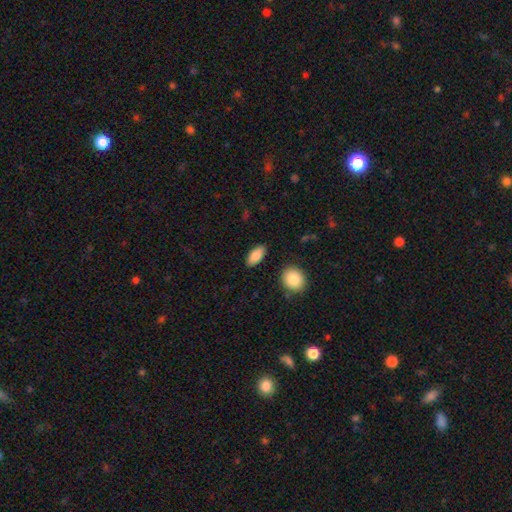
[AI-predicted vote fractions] This is clearly a smooth galaxy (83%). How rounded: clearly in between (90%). Merging: clearly none (88%).